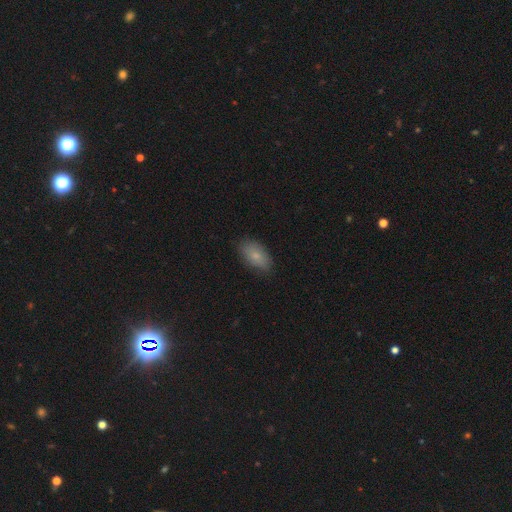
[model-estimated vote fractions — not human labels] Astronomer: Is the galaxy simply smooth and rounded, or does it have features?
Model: smooth — 82%.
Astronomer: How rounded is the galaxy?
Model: in between — 93%.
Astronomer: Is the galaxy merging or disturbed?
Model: none — 82%.